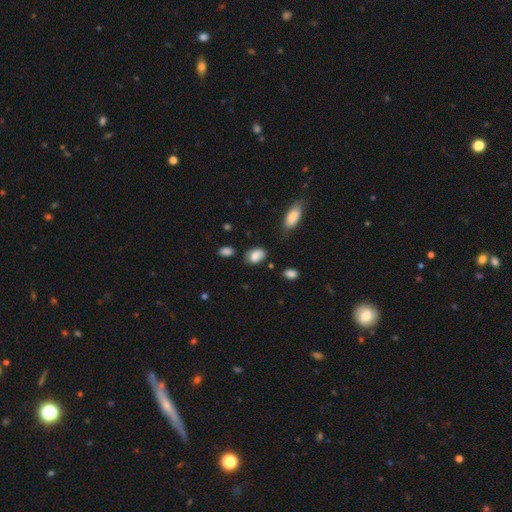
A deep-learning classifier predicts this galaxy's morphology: Smooth or featured?
  - smooth: 83% *
  - featured or disk: 9%
  - star or artifact: 8%
How rounded?
  - in between: 86% *
  - round: 12%
  - cigar-shaped: 2%
Merging?
  - none: 69% *
  - minor disturbance: 22%
  - major disturbance: 5%
  - merger: 5%